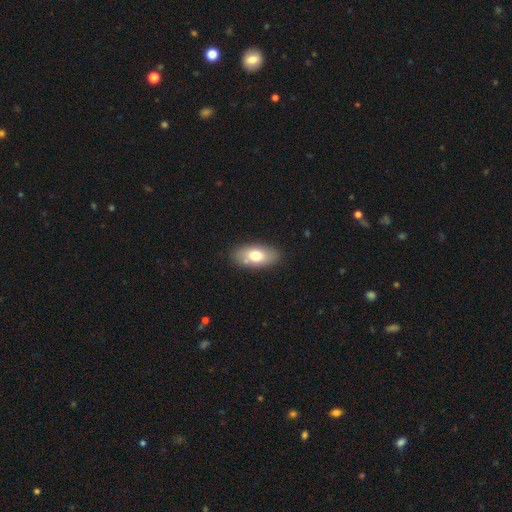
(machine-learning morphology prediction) Q: Smooth or featured?
A: smooth (72%); runner-up: featured or disk (22%)
Q: How rounded?
A: in between (90%); runner-up: cigar-shaped (6%)
Q: Merging?
A: none (83%); runner-up: minor disturbance (12%)